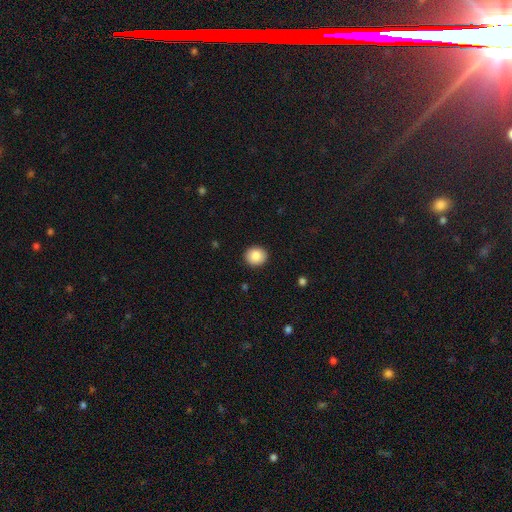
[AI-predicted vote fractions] Smooth or featured? Predicted: smooth (p=0.86). How rounded? Predicted: round (p=0.83). Merging? Predicted: none (p=0.91).